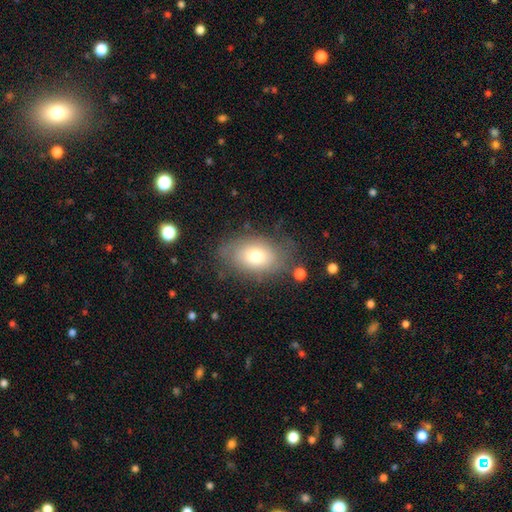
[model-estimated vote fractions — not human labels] Morphology: type=smooth (64%); roundness=in between (86%); merging=none (72%).